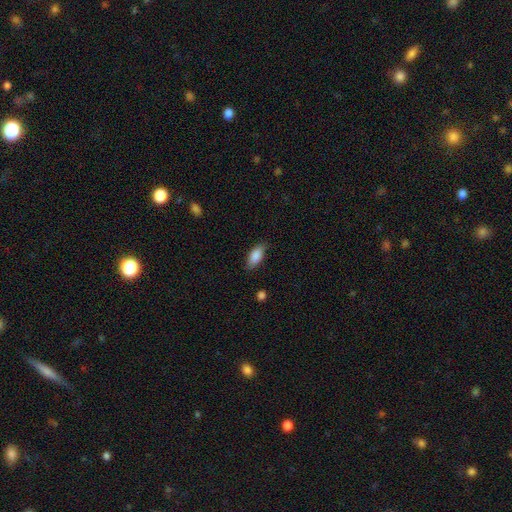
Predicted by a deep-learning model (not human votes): Morphology: type=smooth (86%); roundness=in between (84%); merging=none (83%).